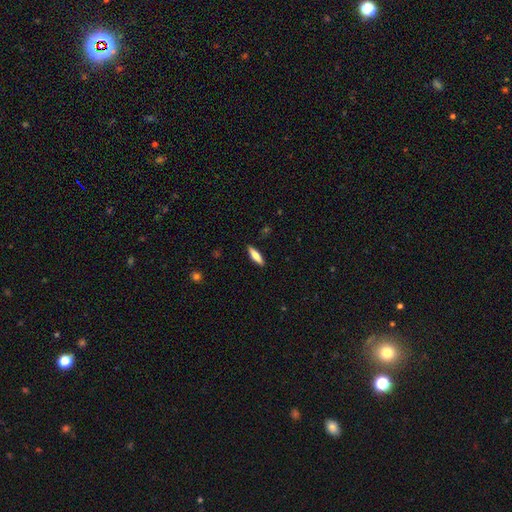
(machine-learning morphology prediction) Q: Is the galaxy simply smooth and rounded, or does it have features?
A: smooth — 71%.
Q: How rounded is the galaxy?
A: cigar-shaped — 66%.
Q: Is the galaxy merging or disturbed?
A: none — 89%.